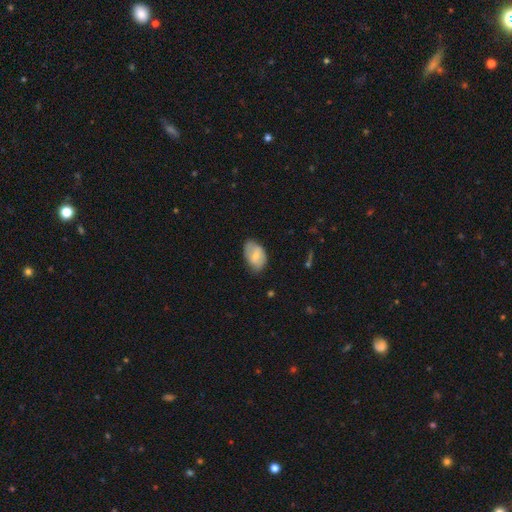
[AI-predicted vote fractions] This is likely a smooth galaxy (60%). How rounded: clearly in between (90%). Merging: likely none (62%).